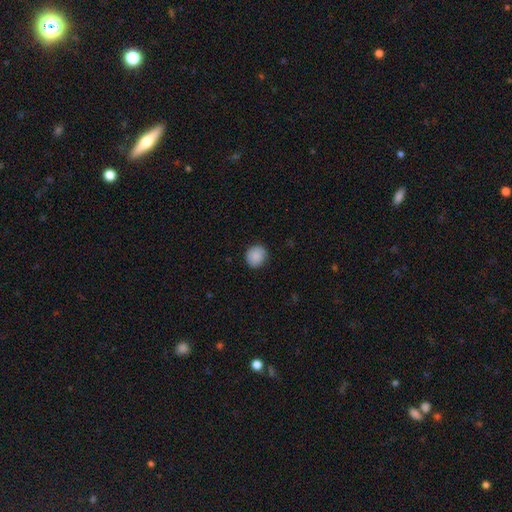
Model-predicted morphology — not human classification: Smooth or featured: smooth — 88% (star or artifact — 7%)
How rounded: round — 87% (in between — 12%)
Merging: none — 89% (minor disturbance — 8%)